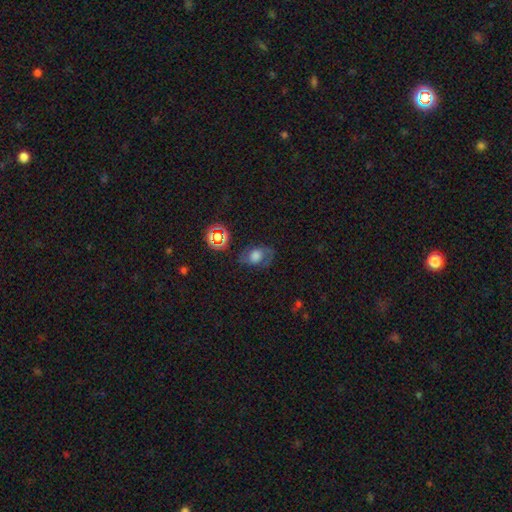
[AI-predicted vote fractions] Morphology: type=featured or disk (45%); merging=none (64%).